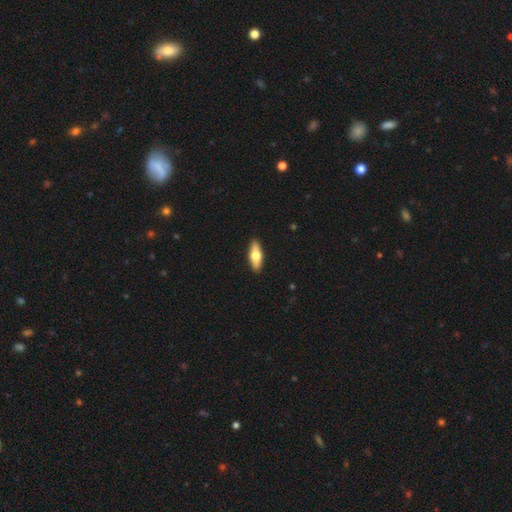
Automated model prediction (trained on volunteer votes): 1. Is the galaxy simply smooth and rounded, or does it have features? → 59% smooth, 36% featured or disk, 5% star or artifact.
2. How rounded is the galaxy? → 61% in between, 36% cigar-shaped, 3% round.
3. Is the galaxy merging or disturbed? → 91% none, 6% minor disturbance, 1% major disturbance, 1% merger.